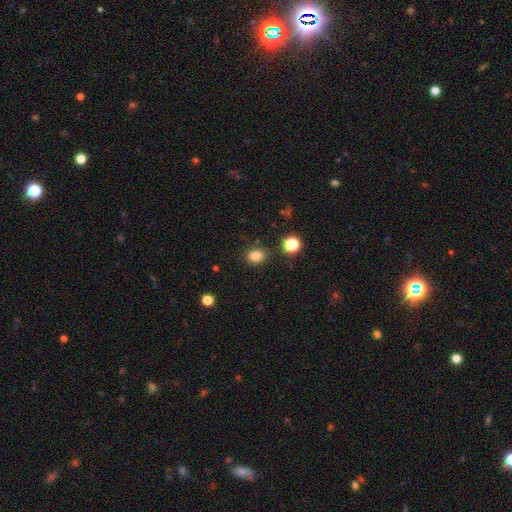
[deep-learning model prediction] This appears to be a smooth galaxy with no disk features (83%) that is in between round and cigar-shaped (60%). Merging: none (83%).